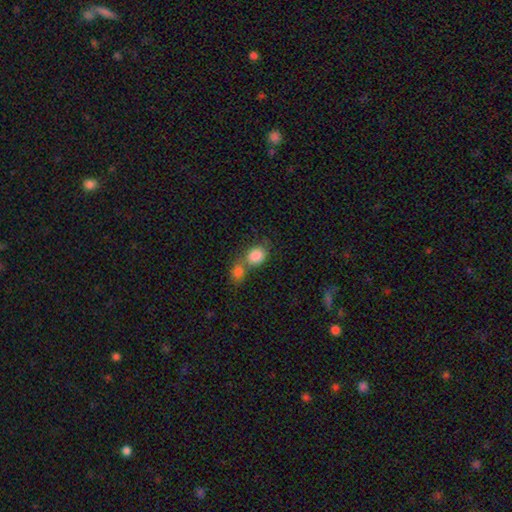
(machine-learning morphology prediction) smooth-or-featured: smooth: 85% | star or artifact: 9% | featured or disk: 7%
  how-rounded: round: 52% | in between: 46% | cigar-shaped: 1%
  merging: merger: 51% | none: 36% | minor disturbance: 9% | major disturbance: 4%